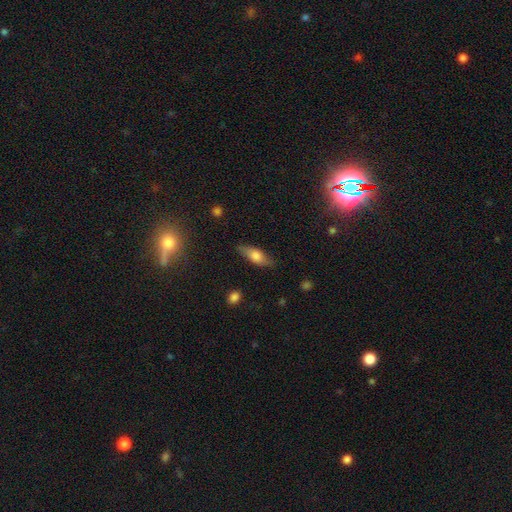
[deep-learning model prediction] smooth_or_featured: smooth (p=0.61) [alt: featured or disk p=0.32]
how_rounded: in between (p=0.66) [alt: cigar-shaped p=0.30]
merging: none (p=0.78) [alt: minor disturbance p=0.17]